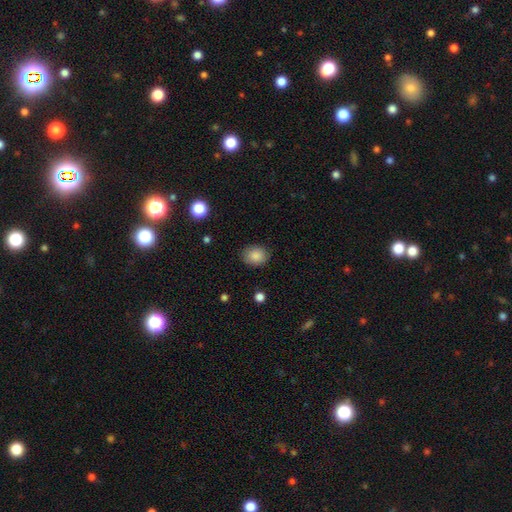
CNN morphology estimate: A smooth galaxy with no disk features (86%) that is round (54%). Merging: none (85%).